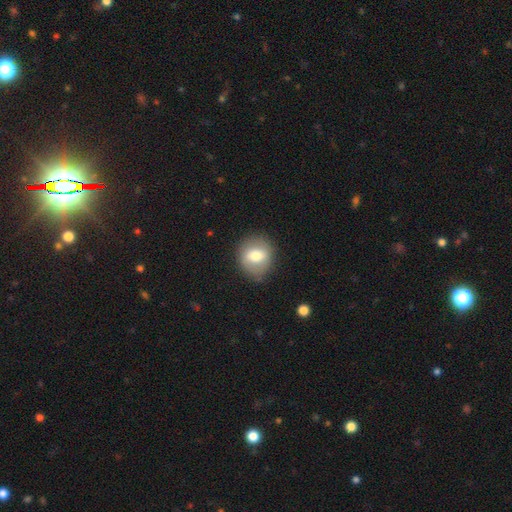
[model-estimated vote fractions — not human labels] The model was most divided on "smooth or featured": smooth: 66%, featured or disk: 26%, star or artifact: 8%. More confident: merging — none (79%); how rounded — round (71%).